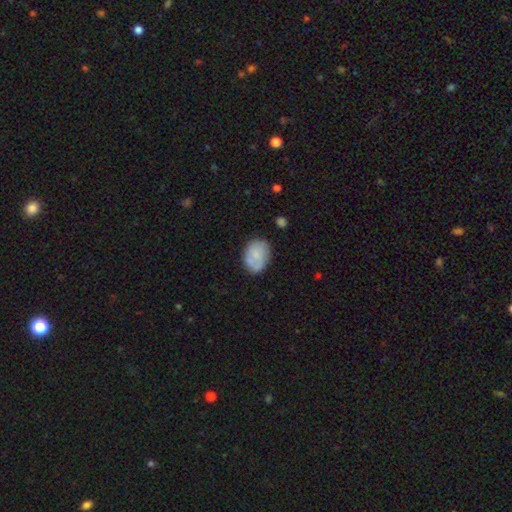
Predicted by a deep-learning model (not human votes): The model was most divided on "merging": none: 63%, minor disturbance: 24%, major disturbance: 7%, merger: 7%. More confident: smooth or featured — smooth (73%); how rounded — in between (71%).